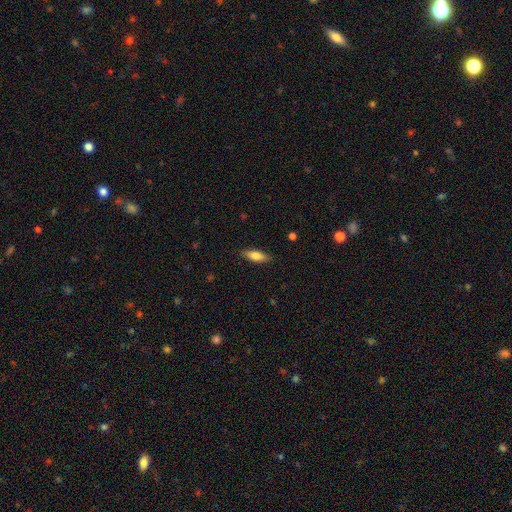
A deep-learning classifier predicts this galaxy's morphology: A smooth galaxy with no disk features (75%) that is in between round and cigar-shaped (59%).

Vote fractions:
- Smooth or featured? smooth: 75% / featured or disk: 19% / star or artifact: 6%
- How rounded? in between: 59% / cigar-shaped: 39% / round: 2%
- Merging? none: 87% / minor disturbance: 10% / major disturbance: 2% / merger: 1%